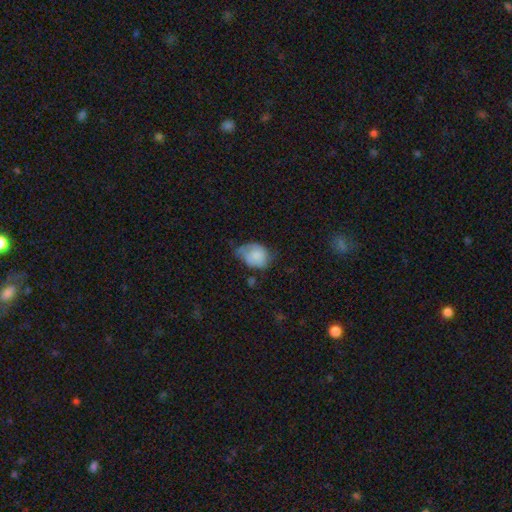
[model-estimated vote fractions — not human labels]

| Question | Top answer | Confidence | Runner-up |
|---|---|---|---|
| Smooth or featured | smooth | 74% | featured or disk (18%) |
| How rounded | in between | 56% | round (43%) |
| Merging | minor disturbance | 44% | none (30%) |